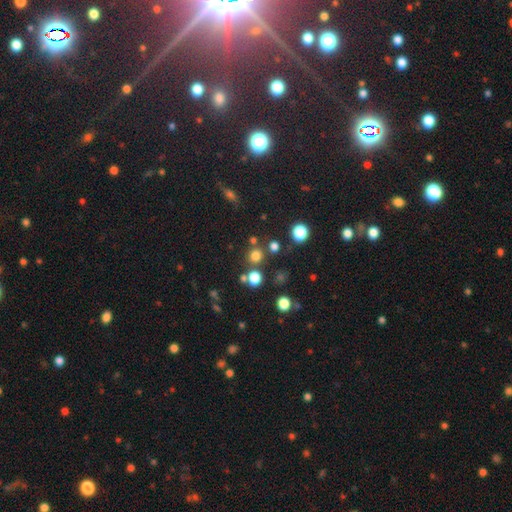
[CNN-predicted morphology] This is likely a smooth galaxy (74%). How rounded: clearly round (91%). Merging: likely none (78%).